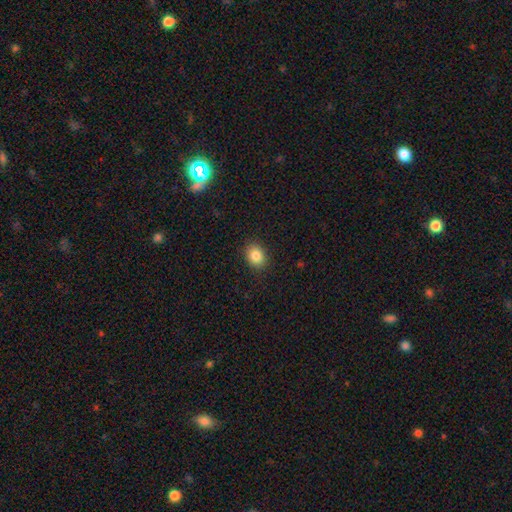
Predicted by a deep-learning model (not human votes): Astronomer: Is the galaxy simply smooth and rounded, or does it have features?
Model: smooth — 85%.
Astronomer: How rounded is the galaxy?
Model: round — 50% (runner-up: in between, 49%).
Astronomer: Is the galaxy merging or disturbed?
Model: none — 89%.